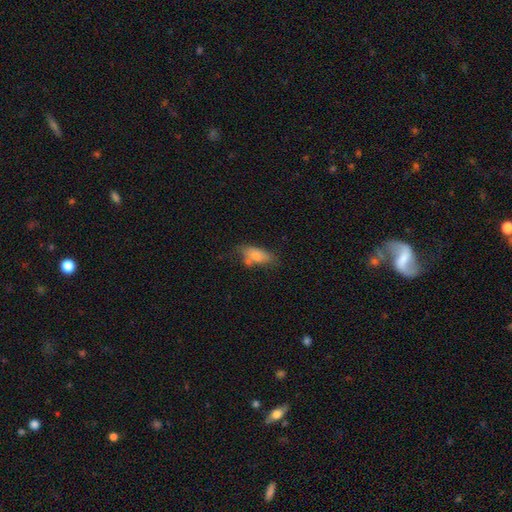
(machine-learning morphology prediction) Smooth or featured: smooth — 77% (featured or disk — 15%)
How rounded: in between — 83% (cigar-shaped — 13%)
Merging: none — 51% (minor disturbance — 24%)